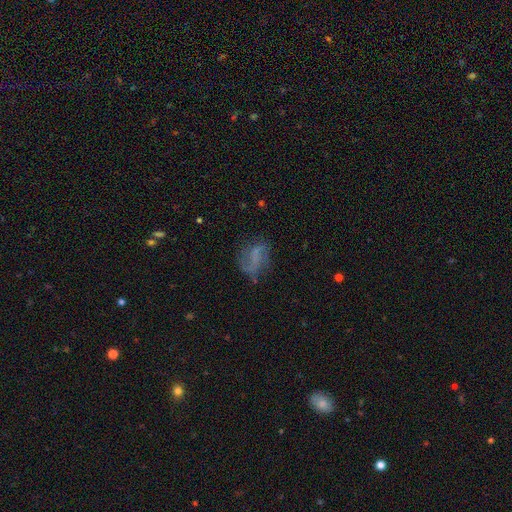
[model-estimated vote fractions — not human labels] Overall: featured or disk (58%; smooth 30%). Edge-on disk: no (97%). Bar: no (42%; weak 39%). Spiral arms: yes (74%). Bulge size: none (66%). Merging: none (56%; minor disturbance 23%).